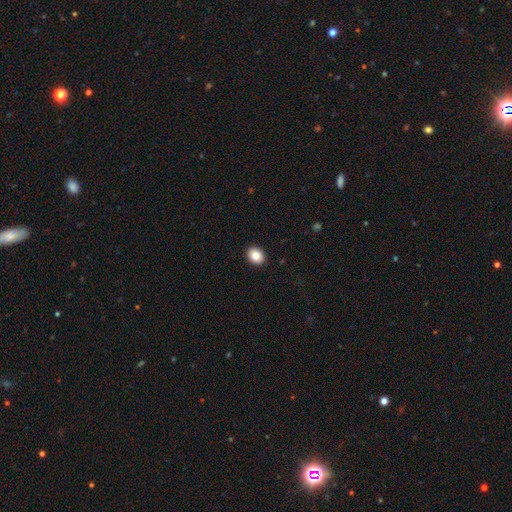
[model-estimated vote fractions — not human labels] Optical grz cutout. It shows a smooth galaxy with no disk features (85%) that is round (53%). Merging: none (92%).